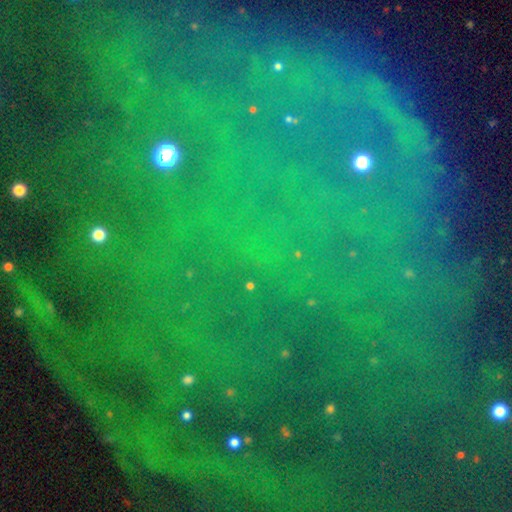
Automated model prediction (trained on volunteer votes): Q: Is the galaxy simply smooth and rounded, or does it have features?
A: star or artifact — 80%.